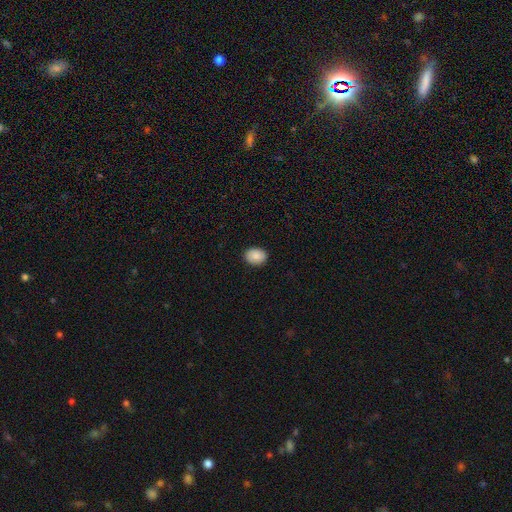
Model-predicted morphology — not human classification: Q: Smooth or featured?
A: smooth (89%); runner-up: star or artifact (7%)
Q: How rounded?
A: in between (62%); runner-up: round (37%)
Q: Merging?
A: none (90%); runner-up: minor disturbance (7%)